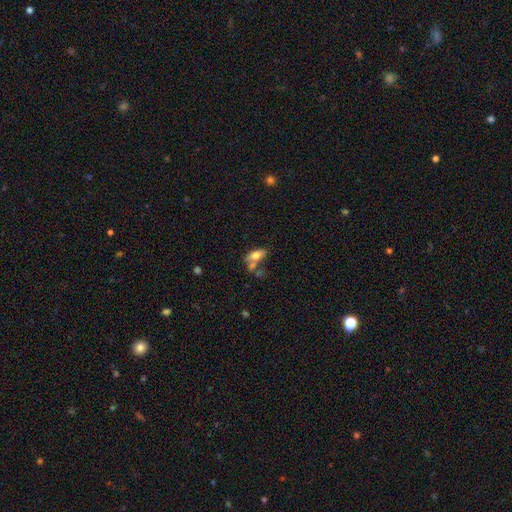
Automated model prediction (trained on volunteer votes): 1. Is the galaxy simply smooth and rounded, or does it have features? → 66% smooth, 25% featured or disk, 9% star or artifact.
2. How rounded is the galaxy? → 82% in between, 14% cigar-shaped, 4% round.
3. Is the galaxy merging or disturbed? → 41% none, 31% merger, 17% minor disturbance, 10% major disturbance.